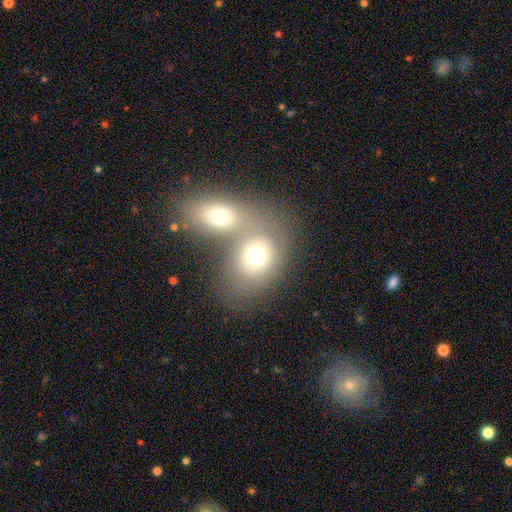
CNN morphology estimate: Overall: smooth (66%). How rounded: in between (55%; round 44%). Merging: merger (63%; none 25%).